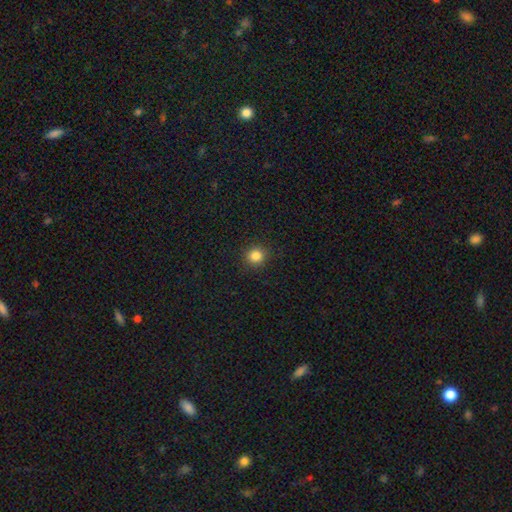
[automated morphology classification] type=smooth (83%); roundness=round (92%); merging=none (91%).